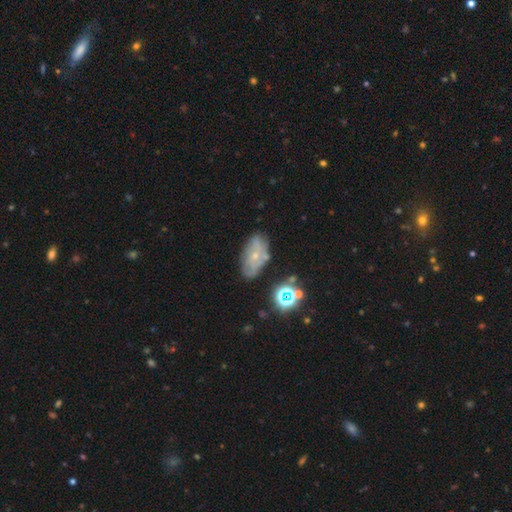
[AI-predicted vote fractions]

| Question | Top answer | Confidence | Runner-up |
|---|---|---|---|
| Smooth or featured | featured or disk | 57% | smooth (30%) |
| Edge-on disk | no | 94% | yes (6%) |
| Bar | no | 78% | weak (18%) |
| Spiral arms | yes | 65% | no (35%) |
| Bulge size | small | 72% | moderate (22%) |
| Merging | none | 64% | minor disturbance (24%) |